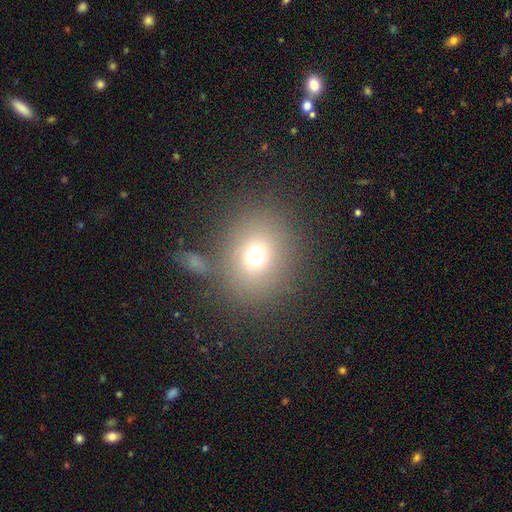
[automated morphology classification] Smooth or featured: smooth — 71% (star or artifact — 16%)
How rounded: round — 73% (in between — 26%)
Merging: none — 73% (minor disturbance — 11%)